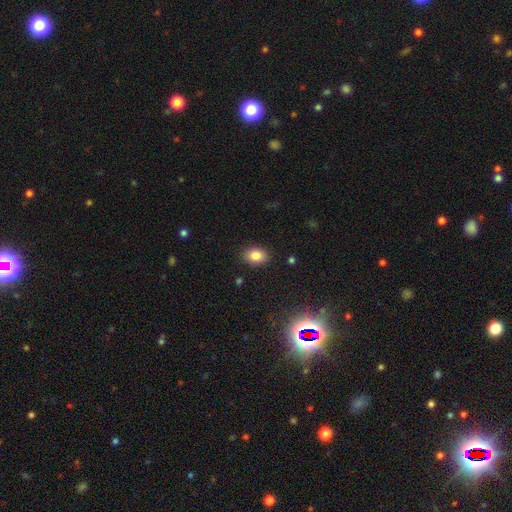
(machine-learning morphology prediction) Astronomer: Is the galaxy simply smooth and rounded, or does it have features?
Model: smooth — 84%.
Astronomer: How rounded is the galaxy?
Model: in between — 75%.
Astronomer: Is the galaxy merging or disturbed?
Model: none — 88%.